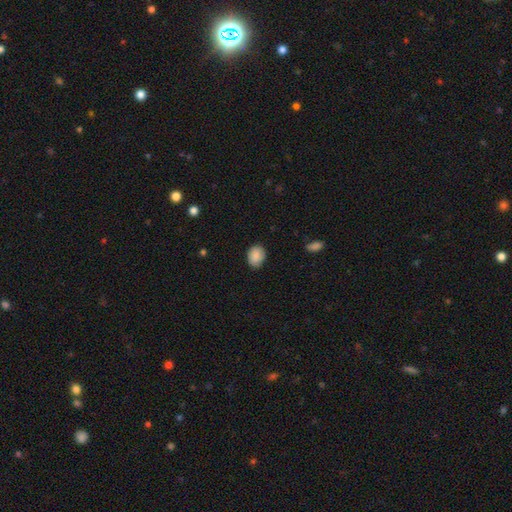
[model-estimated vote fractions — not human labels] The model was most divided on "how rounded": in between: 56%, round: 43%, cigar-shaped: 1%. More confident: smooth or featured — smooth (89%); merging — none (82%).